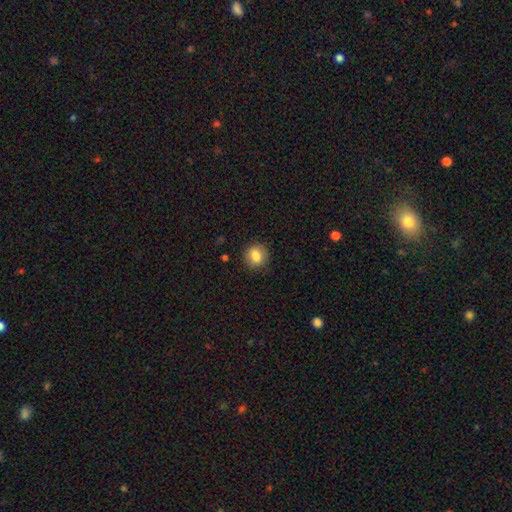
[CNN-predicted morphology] The model was most divided on "how rounded": round: 83%, in between: 16%, cigar-shaped: 1%. More confident: merging — none (86%); smooth or featured — smooth (83%).